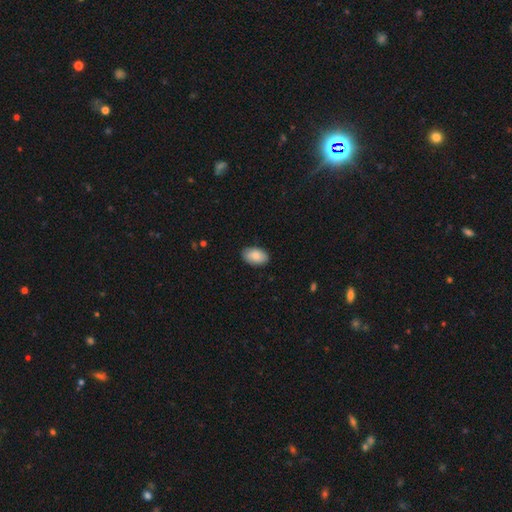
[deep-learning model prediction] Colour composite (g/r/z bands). It shows a smooth galaxy with no disk features (85%) that is in between round and cigar-shaped (93%). Merging: none (86%).